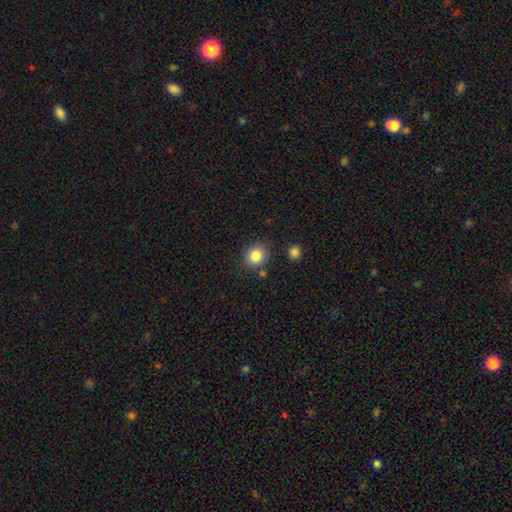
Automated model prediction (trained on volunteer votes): Smooth or featured? Predicted: smooth (p=0.83). How rounded? Predicted: round (p=0.81). Merging? Predicted: none (p=0.83).